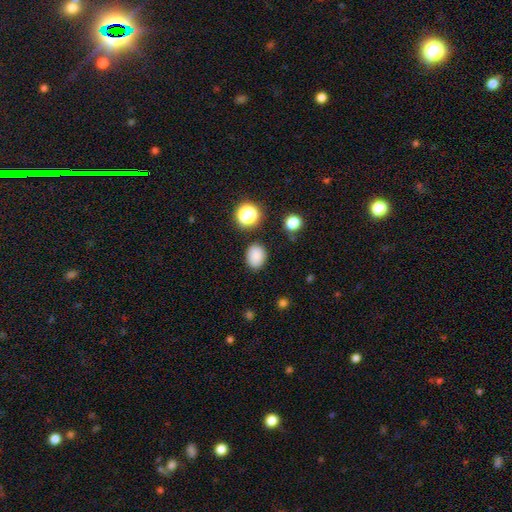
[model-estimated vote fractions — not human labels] smooth_or_featured: smooth (p=0.84) [alt: star or artifact p=0.12]
how_rounded: in between (p=0.59) [alt: round p=0.40]
merging: none (p=0.84) [alt: minor disturbance p=0.10]